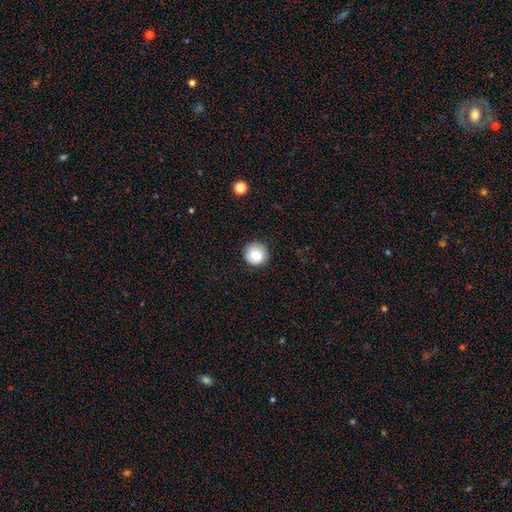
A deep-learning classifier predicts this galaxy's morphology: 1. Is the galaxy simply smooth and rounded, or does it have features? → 78% smooth, 13% featured or disk, 9% star or artifact.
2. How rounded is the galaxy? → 93% round, 6% in between, 1% cigar-shaped.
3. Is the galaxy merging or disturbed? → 87% none, 10% minor disturbance, 2% major disturbance, 1% merger.